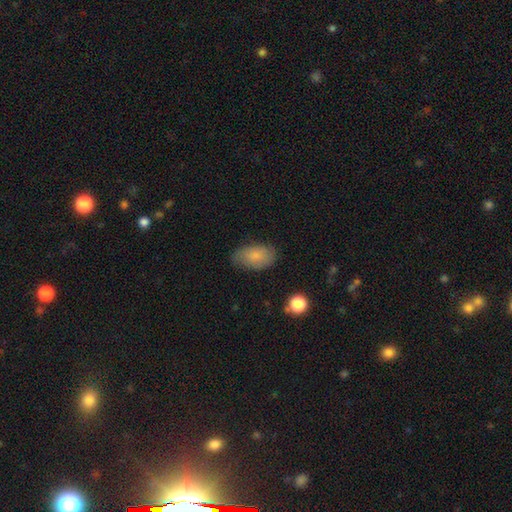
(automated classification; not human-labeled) Overall: smooth (76%). How rounded: in between (92%). Merging: none (70%).